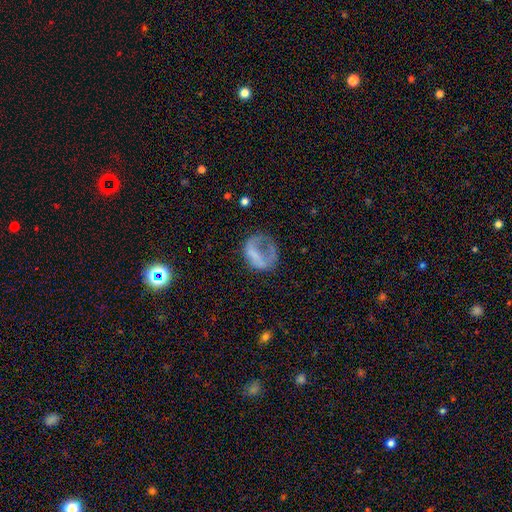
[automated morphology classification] This appears to be a smooth galaxy with no disk features (48%). Merging: major disturbance (44%).